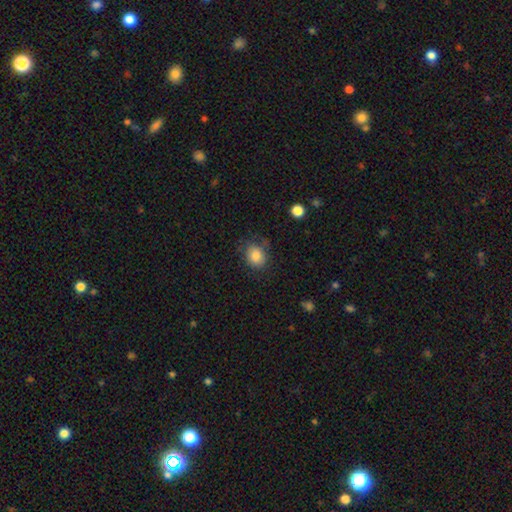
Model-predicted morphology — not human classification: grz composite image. It shows a smooth galaxy with no disk features (81%) that is round (61%). Merging: none (68%).